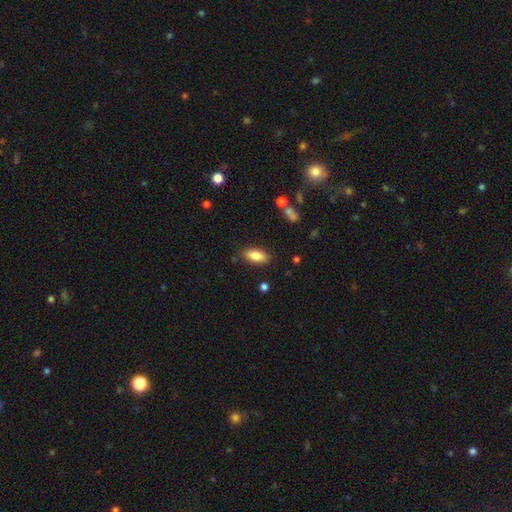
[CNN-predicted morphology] A smooth galaxy with no disk features (83%) that is in between round and cigar-shaped (83%). Merging: none (86%).